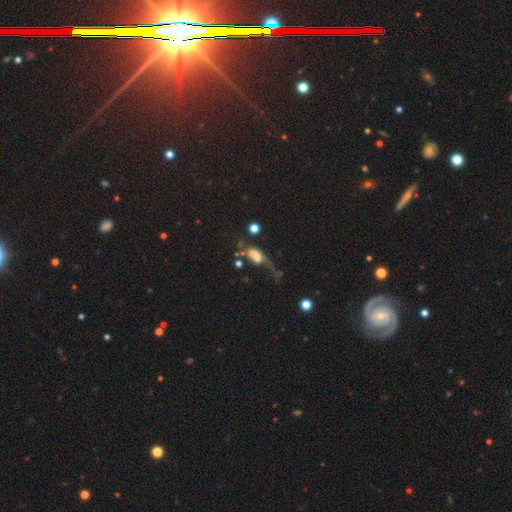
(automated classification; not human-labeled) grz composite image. It shows a smooth galaxy with no disk features (46%). Merging: major disturbance (45%).